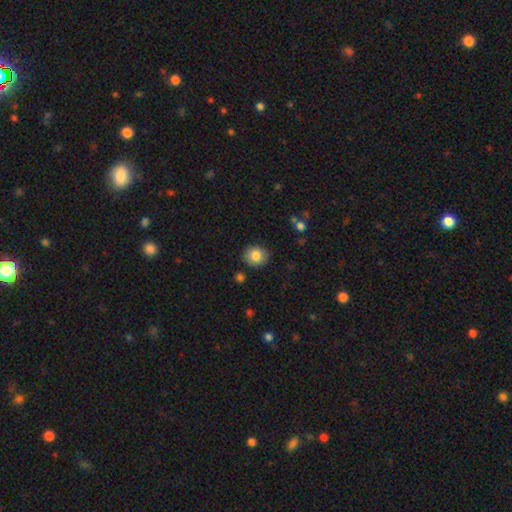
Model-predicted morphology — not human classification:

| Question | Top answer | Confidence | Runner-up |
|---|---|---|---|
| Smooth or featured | smooth | 82% | featured or disk (9%) |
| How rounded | round | 74% | in between (25%) |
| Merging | none | 86% | minor disturbance (10%) |